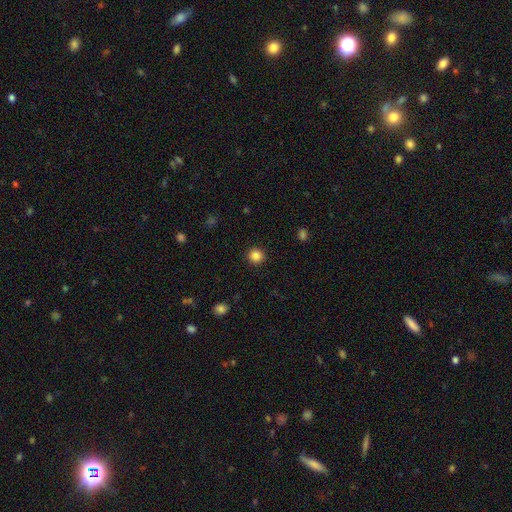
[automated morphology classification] smooth 85%, star or artifact 11%, featured or disk 4%. Down the decision tree: how rounded — round (93%); merging — none (92%).